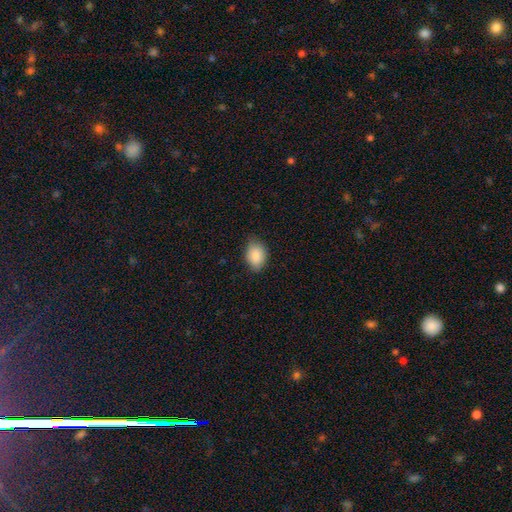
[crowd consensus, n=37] Smooth or featured: smooth — 89% (star or artifact — 8%)
How rounded: in between — 82% (round — 18%)
Merging: none — 68% (minor disturbance — 26%)